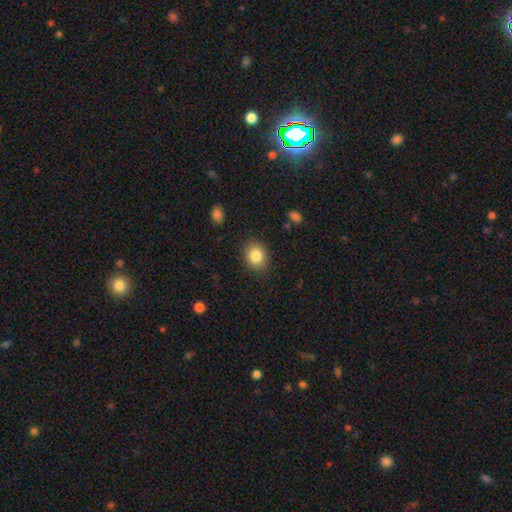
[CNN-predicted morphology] Smooth or featured? smooth (84%)
How rounded? round (50%)
Merging? none (87%)